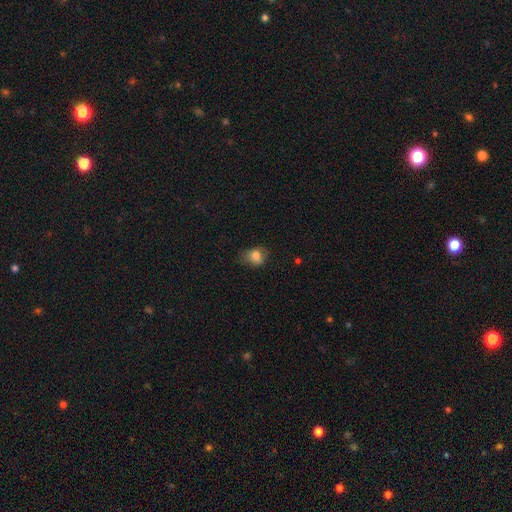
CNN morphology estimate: Smooth or featured? smooth (80%)
How rounded? in between (59%)
Merging? none (54%)